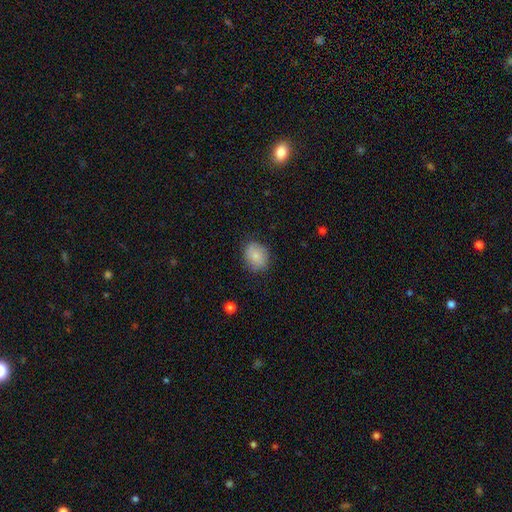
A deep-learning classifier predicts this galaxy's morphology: Smooth or featured? Predicted: smooth (p=0.81). How rounded? Predicted: round (p=0.55). Merging? Predicted: none (p=0.81).